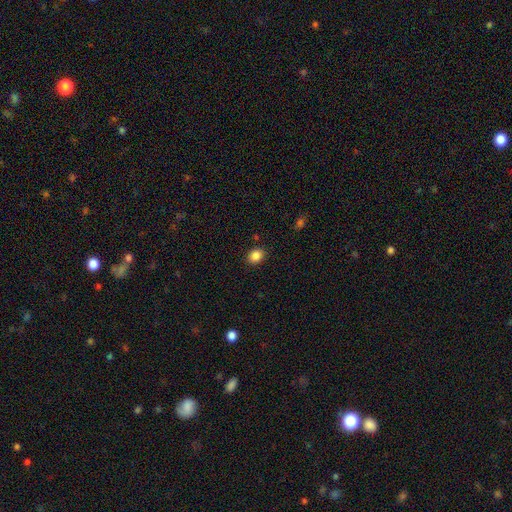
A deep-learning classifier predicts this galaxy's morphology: Smooth or featured? smooth (86%)
How rounded? in between (50%, tied with round)
Merging? none (88%)